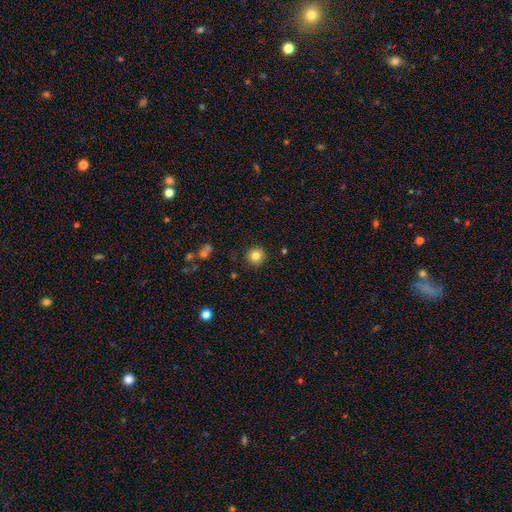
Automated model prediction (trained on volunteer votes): A smooth galaxy with no disk features (82%) that is round (94%).

Vote fractions:
- Smooth or featured? smooth: 82% / star or artifact: 10% / featured or disk: 8%
- How rounded? round: 94% / in between: 5% / cigar-shaped: 1%
- Merging? none: 89% / minor disturbance: 7% / major disturbance: 2% / merger: 2%